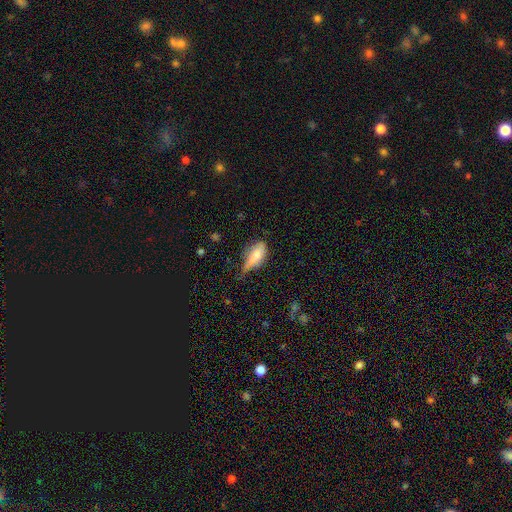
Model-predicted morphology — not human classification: This appears to be a smooth galaxy with no disk features (71%) that is in between round and cigar-shaped (82%). Merging: minor disturbance (45%).